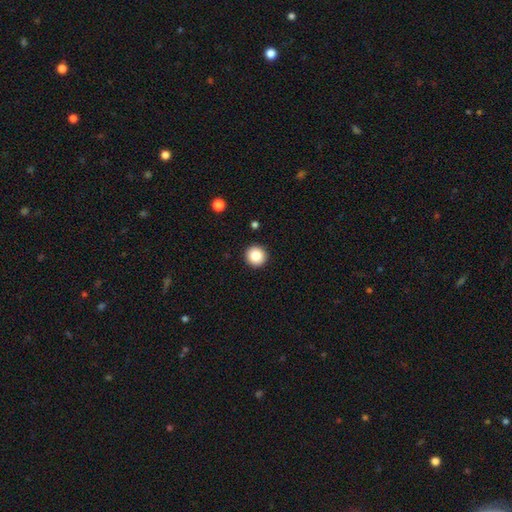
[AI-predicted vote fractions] This is clearly a smooth galaxy (85%). How rounded: clearly round (96%). Merging: clearly none (93%).